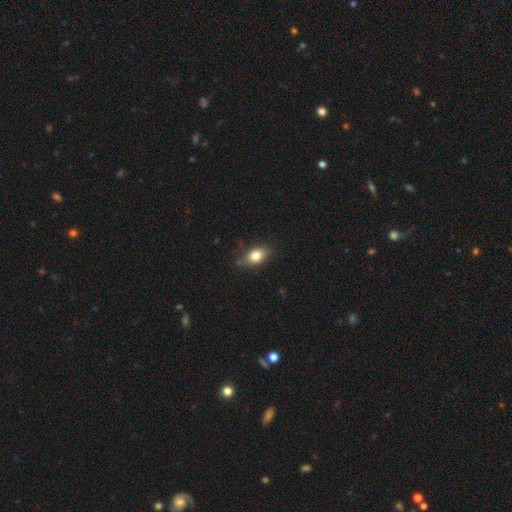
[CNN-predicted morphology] Smooth or featured: smooth — 82% (featured or disk — 10%)
How rounded: in between — 80% (round — 17%)
Merging: none — 77% (minor disturbance — 17%)